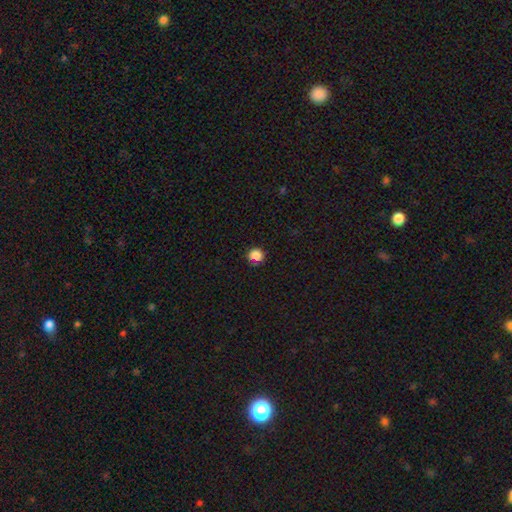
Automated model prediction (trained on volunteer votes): Q: Smooth or featured?
A: smooth (83%); runner-up: star or artifact (13%)
Q: How rounded?
A: round (91%); runner-up: in between (8%)
Q: Merging?
A: none (80%); runner-up: minor disturbance (13%)